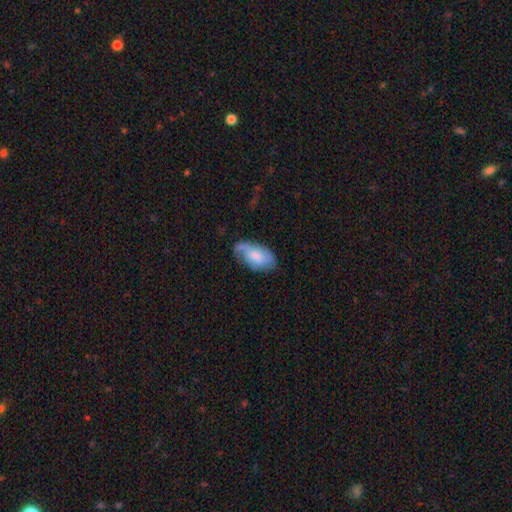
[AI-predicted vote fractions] Smooth or featured? Predicted: featured or disk (p=0.52). Edge-on disk? Predicted: no (p=0.94). Merging? Predicted: none (p=0.56).